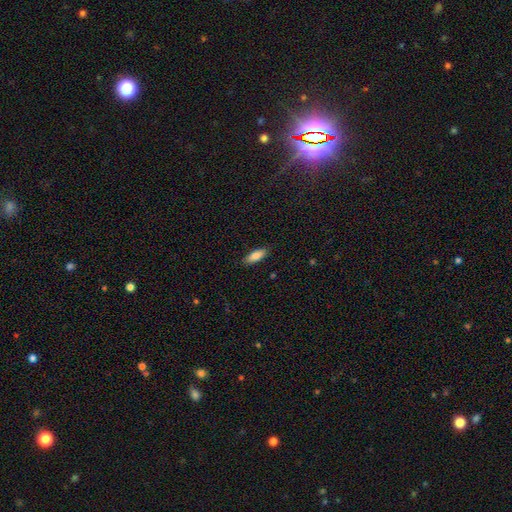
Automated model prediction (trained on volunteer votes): smooth_or_featured: smooth (p=0.81) [alt: featured or disk p=0.13]
how_rounded: in between (p=0.67) [alt: cigar-shaped p=0.31]
merging: none (p=0.87) [alt: minor disturbance p=0.10]